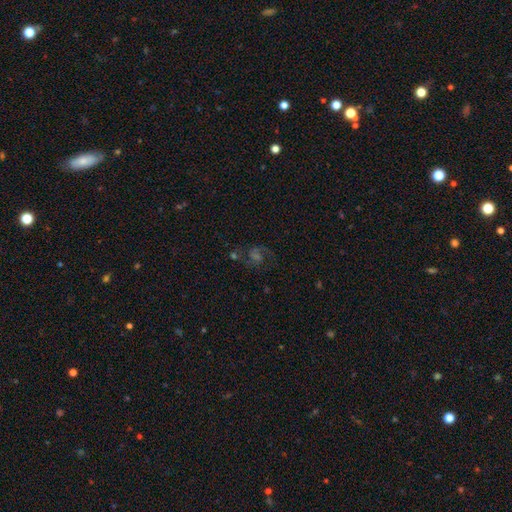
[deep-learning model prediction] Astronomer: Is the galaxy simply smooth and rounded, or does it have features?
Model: featured or disk — 61%.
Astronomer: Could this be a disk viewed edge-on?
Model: no — 97%.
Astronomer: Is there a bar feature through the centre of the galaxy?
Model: no — 47% (runner-up: weak, 43%).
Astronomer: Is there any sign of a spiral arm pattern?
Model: yes — 91%.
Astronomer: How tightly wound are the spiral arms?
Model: medium — 55%.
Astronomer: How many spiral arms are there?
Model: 2 — 86%.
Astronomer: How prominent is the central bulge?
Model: small — 37% (runner-up: moderate, 33%).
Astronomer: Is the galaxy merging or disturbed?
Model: none — 71%.